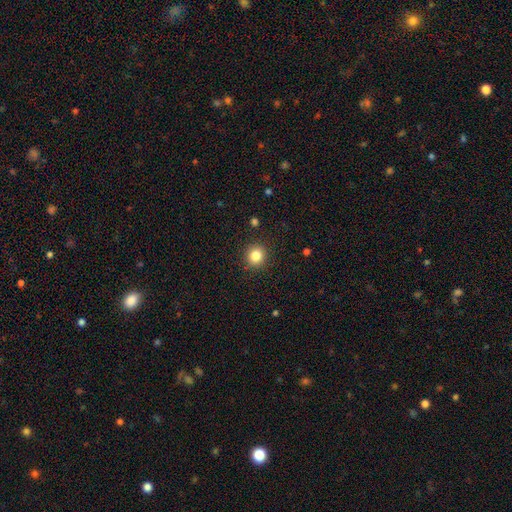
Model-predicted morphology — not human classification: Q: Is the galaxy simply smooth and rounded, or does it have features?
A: smooth — 83%.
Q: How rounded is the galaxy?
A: round — 89%.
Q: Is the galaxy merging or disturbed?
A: none — 91%.